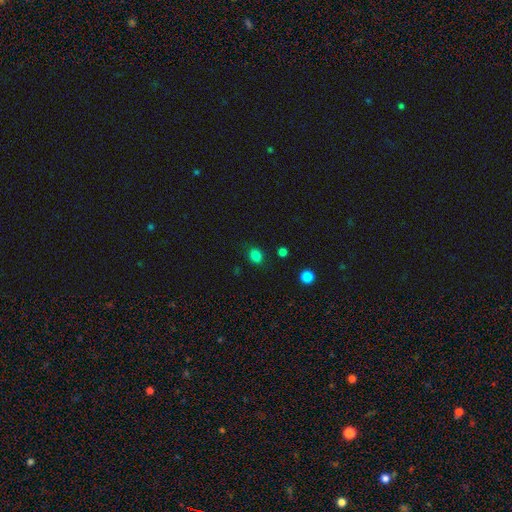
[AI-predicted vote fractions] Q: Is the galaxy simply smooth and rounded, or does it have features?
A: smooth — 82%.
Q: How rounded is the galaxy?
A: round — 62%.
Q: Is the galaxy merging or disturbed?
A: none — 84%.